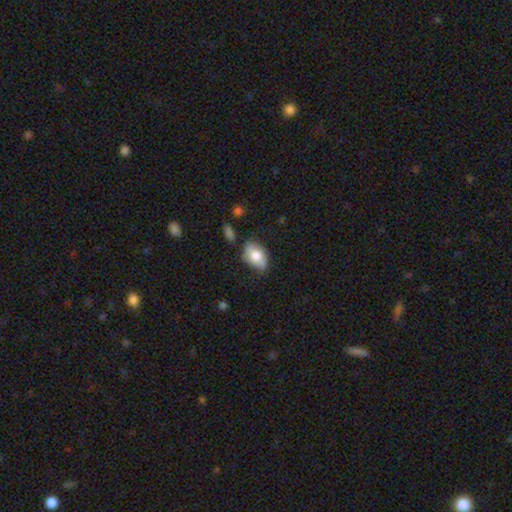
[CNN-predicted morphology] Smooth or featured: smooth — 72% (featured or disk — 21%)
How rounded: in between — 88% (round — 11%)
Merging: none — 66% (minor disturbance — 25%)